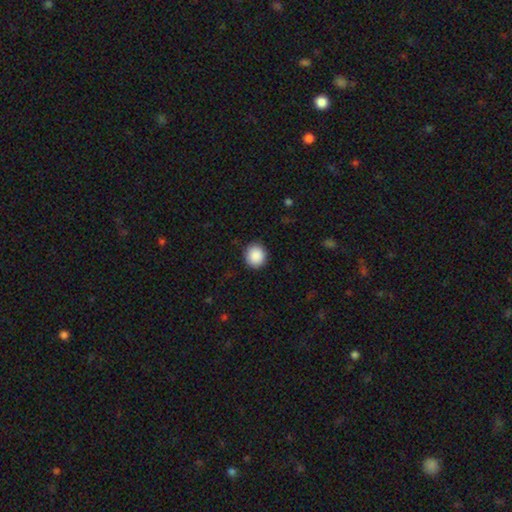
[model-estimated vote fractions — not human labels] A smooth galaxy with no disk features (90%) that is round (87%).

Vote fractions:
- Smooth or featured? smooth: 90% / star or artifact: 8% / featured or disk: 2%
- How rounded? round: 87% / in between: 12% / cigar-shaped: 1%
- Merging? none: 90% / minor disturbance: 7% / major disturbance: 2% / merger: 1%